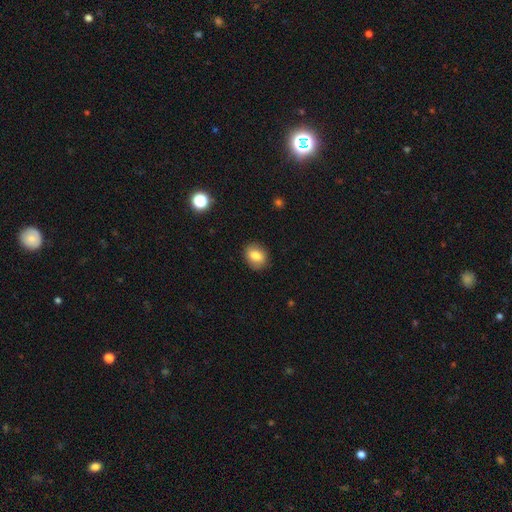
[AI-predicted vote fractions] Smooth or featured: smooth — 80% (featured or disk — 11%)
How rounded: round — 50% (in between — 49%)
Merging: none — 87% (minor disturbance — 9%)